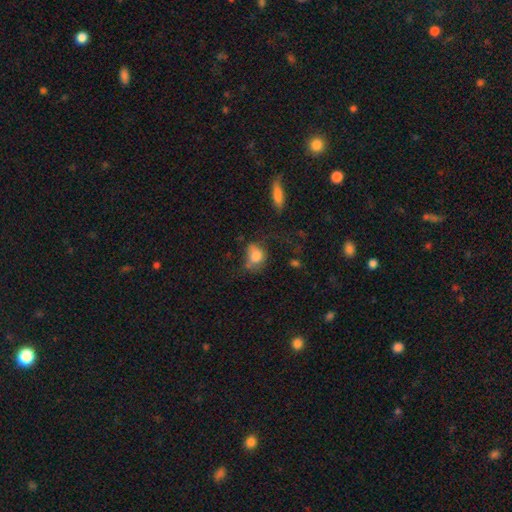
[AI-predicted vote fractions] Smooth or featured?
  - smooth: 77% *
  - featured or disk: 14%
  - star or artifact: 9%
How rounded?
  - in between: 53% *
  - round: 46%
  - cigar-shaped: 2%
Merging?
  - none: 37% *
  - minor disturbance: 28%
  - major disturbance: 27%
  - merger: 8%